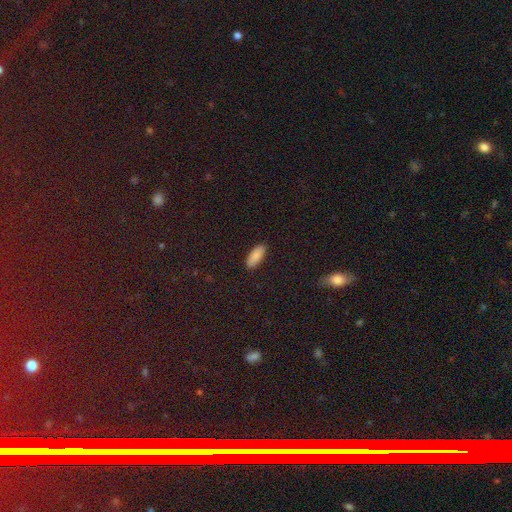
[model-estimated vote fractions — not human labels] Morphology: type=smooth (87%); roundness=in between (82%); merging=none (90%).